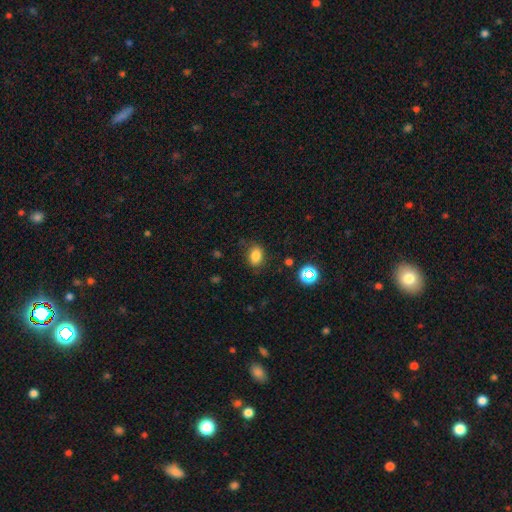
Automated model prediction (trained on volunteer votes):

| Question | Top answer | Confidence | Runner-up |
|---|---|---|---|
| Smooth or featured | smooth | 80% | star or artifact (13%) |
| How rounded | in between | 74% | round (25%) |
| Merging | none | 77% | minor disturbance (16%) |